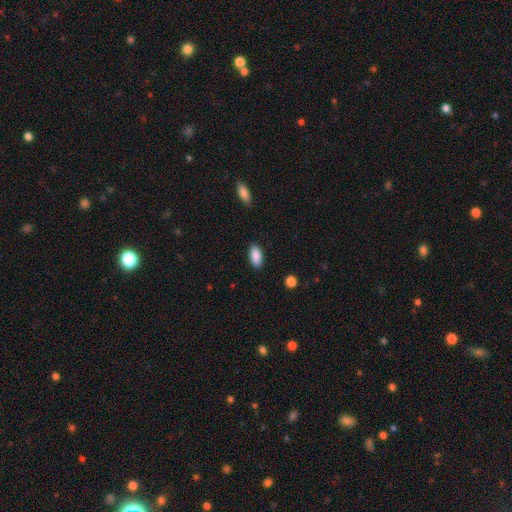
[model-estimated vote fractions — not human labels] Q: Smooth or featured?
A: smooth (89%); runner-up: star or artifact (7%)
Q: How rounded?
A: in between (89%); runner-up: cigar-shaped (9%)
Q: Merging?
A: none (87%); runner-up: minor disturbance (10%)